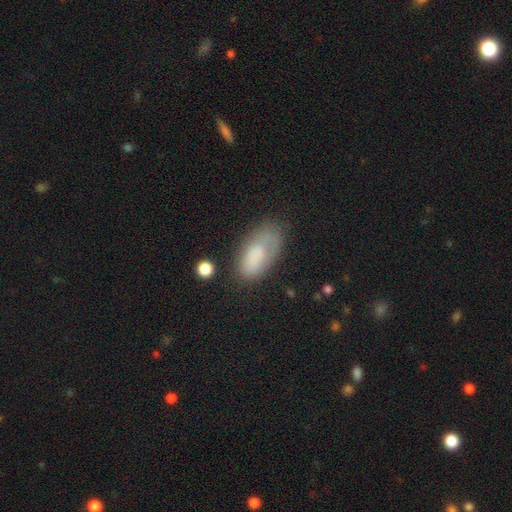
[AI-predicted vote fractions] A smooth galaxy with no disk features (70%) that is in between round and cigar-shaped (93%). Merging: none (53%).